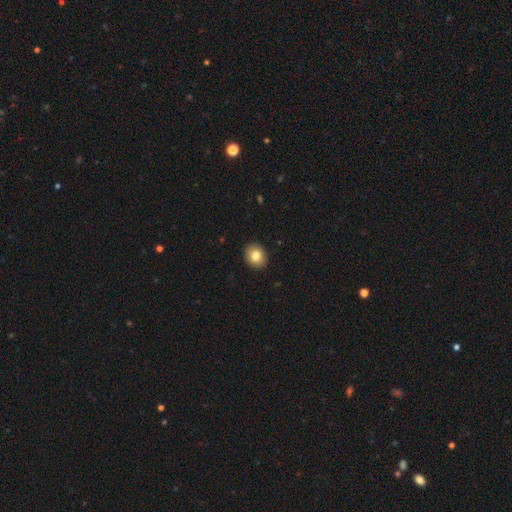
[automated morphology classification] type=smooth (82%); roundness=round (59%); merging=none (91%).